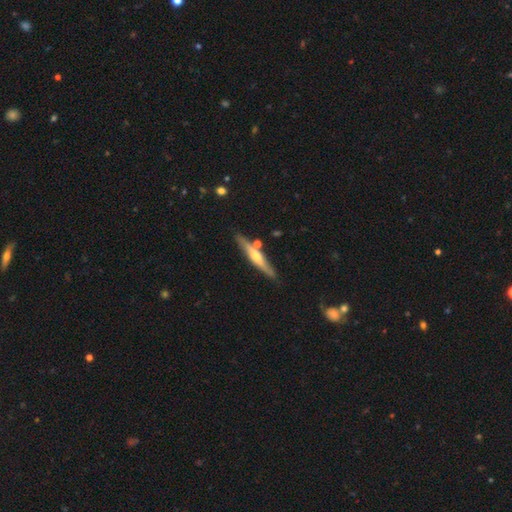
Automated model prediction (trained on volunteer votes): Smooth or featured?
  - featured or disk: 64% *
  - smooth: 30%
  - star or artifact: 6%
Edge-on disk?
  - yes: 95% *
  - no: 5%
Edge-on bulge?
  - rounded: 85% *
  - none: 10%
  - boxy: 5%
Merging?
  - none: 81% *
  - minor disturbance: 10%
  - merger: 6%
  - major disturbance: 2%